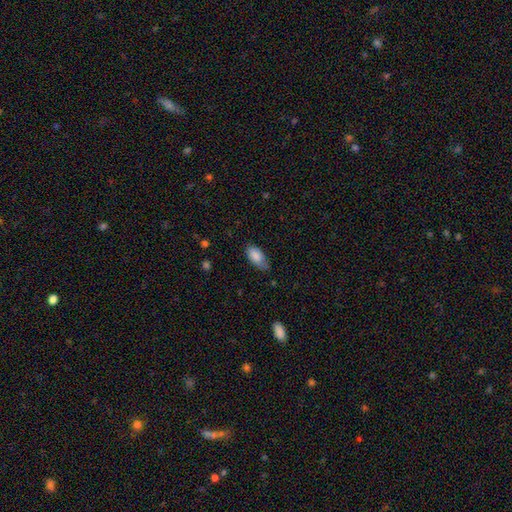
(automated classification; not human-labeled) Q: Smooth or featured?
A: smooth (85%); runner-up: featured or disk (8%)
Q: How rounded?
A: in between (92%); runner-up: cigar-shaped (5%)
Q: Merging?
A: none (61%); runner-up: minor disturbance (31%)